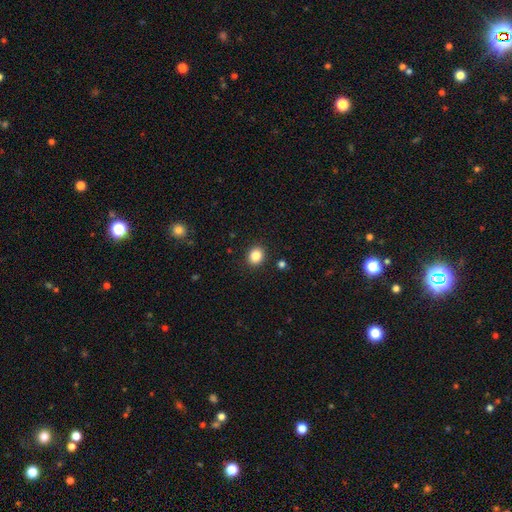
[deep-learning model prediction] Overall: smooth (85%). How rounded: round (72%). Merging: none (91%).